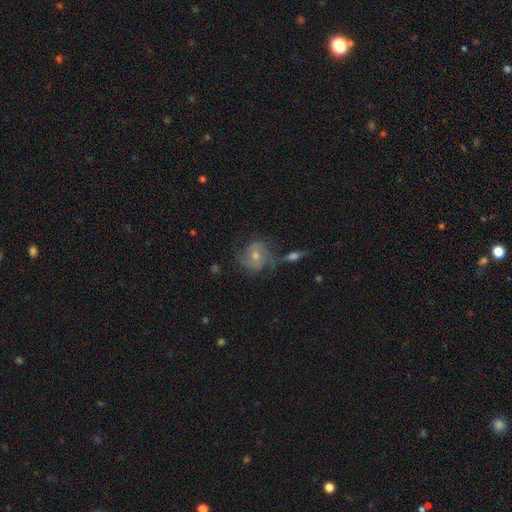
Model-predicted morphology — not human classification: This is likely a featured or disk galaxy (76%). It is clearly not viewed edge-on (97%). Bar: possibly no (54%). Spiral arm pattern: clearly yes (92%). Spiral arm count: possibly 2 (52%). Spiral winding: possibly medium (45%). Central bulge: possibly moderate (49%). Merging: likely none (67%).